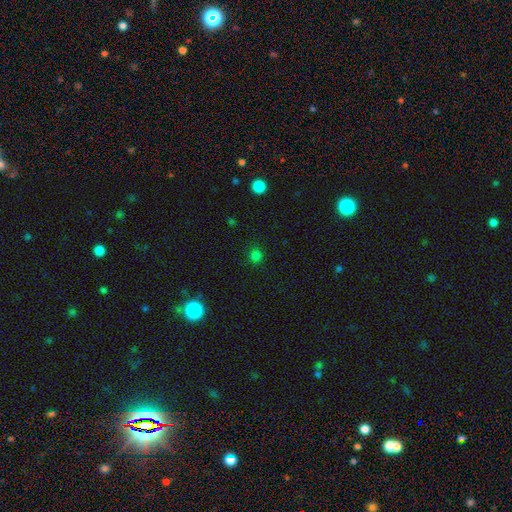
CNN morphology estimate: This is likely a smooth galaxy (76%). How rounded: clearly round (88%). Merging: clearly none (86%).